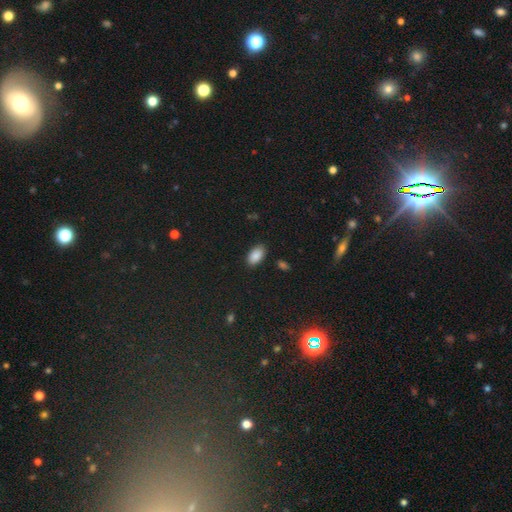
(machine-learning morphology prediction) type=smooth (86%); roundness=in between (94%); merging=none (86%).